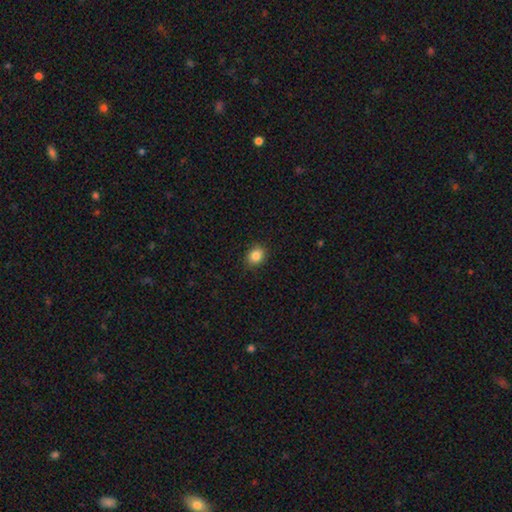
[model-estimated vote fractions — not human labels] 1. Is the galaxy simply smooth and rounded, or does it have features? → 85% smooth, 10% star or artifact, 5% featured or disk.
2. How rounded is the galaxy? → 60% round, 39% in between, 1% cigar-shaped.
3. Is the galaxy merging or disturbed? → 89% none, 8% minor disturbance, 2% major disturbance, 1% merger.